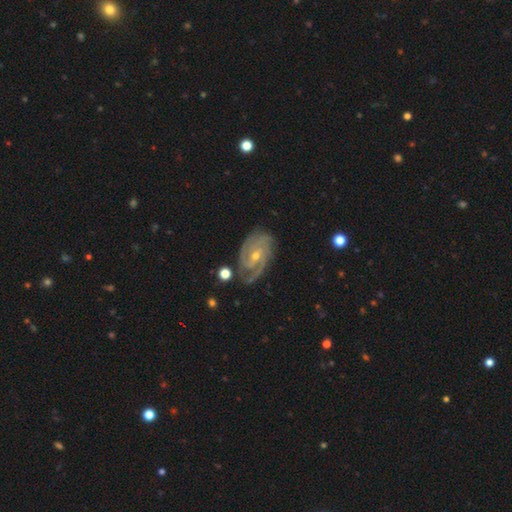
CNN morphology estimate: Q: Smooth or featured?
A: featured or disk (88%); runner-up: star or artifact (6%)
Q: Edge-on disk?
A: no (96%); runner-up: yes (4%)
Q: Bar?
A: no (51%); runner-up: weak (38%)
Q: Spiral arms?
A: yes (97%); runner-up: no (3%)
Q: Spiral winding?
A: tight (56%); runner-up: medium (36%)
Q: Spiral arm count?
A: 2 (49%); runner-up: 3 (22%)
Q: Bulge size?
A: small (63%); runner-up: moderate (34%)
Q: Merging?
A: none (70%); runner-up: minor disturbance (20%)